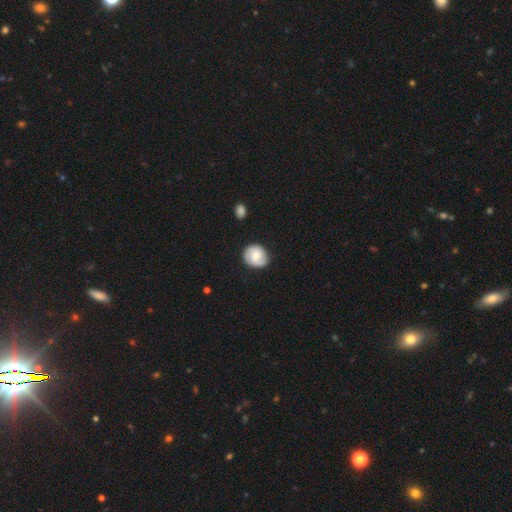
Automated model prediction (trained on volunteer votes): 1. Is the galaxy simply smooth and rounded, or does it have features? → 57% featured or disk, 37% smooth, 6% star or artifact.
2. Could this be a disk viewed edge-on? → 98% no, 2% yes.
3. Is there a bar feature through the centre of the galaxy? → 60% no, 35% weak, 5% strong.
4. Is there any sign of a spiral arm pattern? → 91% yes, 9% no.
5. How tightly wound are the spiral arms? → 49% tight, 37% medium, 14% loose.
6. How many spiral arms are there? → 72% 2, 12% 1, 11% can't tell, 4% 3, 1% 4, 1% more than 4.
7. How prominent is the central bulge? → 53% moderate, 31% small, 9% large, 6% none, 2% dominant.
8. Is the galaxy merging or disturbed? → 78% none, 17% minor disturbance, 4% major disturbance, 2% merger.